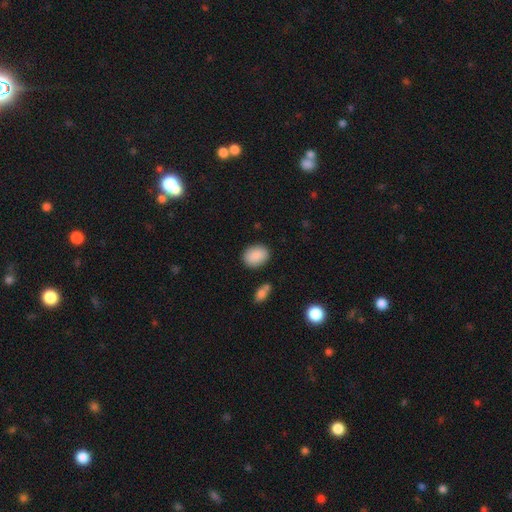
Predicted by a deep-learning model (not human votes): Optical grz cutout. It shows a smooth galaxy with no disk features (88%) that is in between round and cigar-shaped (64%). Merging: none (84%).